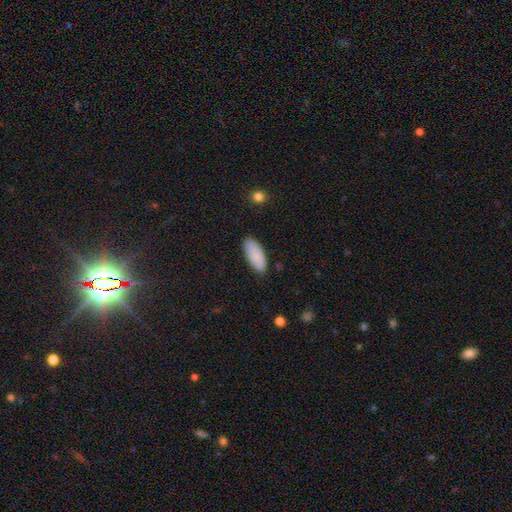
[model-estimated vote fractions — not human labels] Smooth or featured? Predicted: smooth (p=0.86). How rounded? Predicted: in between (p=0.87). Merging? Predicted: none (p=0.83).